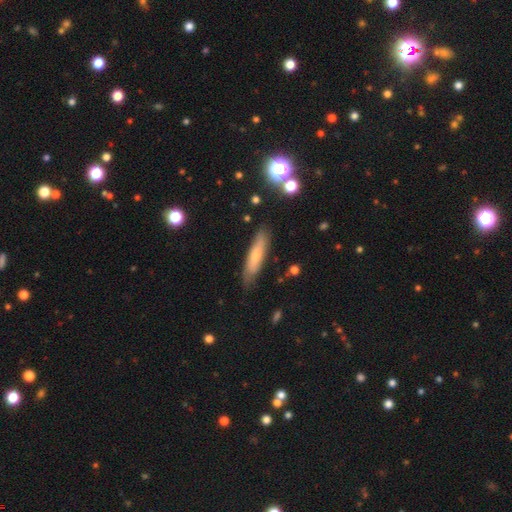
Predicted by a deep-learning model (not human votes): Q: Smooth or featured?
A: smooth (64%); runner-up: featured or disk (29%)
Q: How rounded?
A: cigar-shaped (79%); runner-up: in between (19%)
Q: Merging?
A: none (79%); runner-up: minor disturbance (16%)